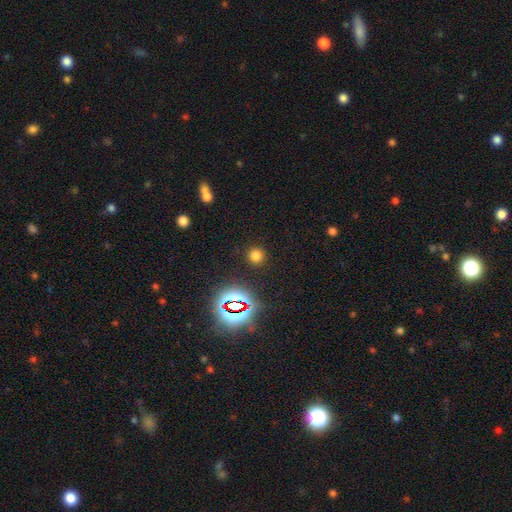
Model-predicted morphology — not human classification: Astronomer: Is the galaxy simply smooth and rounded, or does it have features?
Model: smooth — 71%.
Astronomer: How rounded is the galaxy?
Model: round — 93%.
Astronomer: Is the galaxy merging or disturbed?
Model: none — 89%.